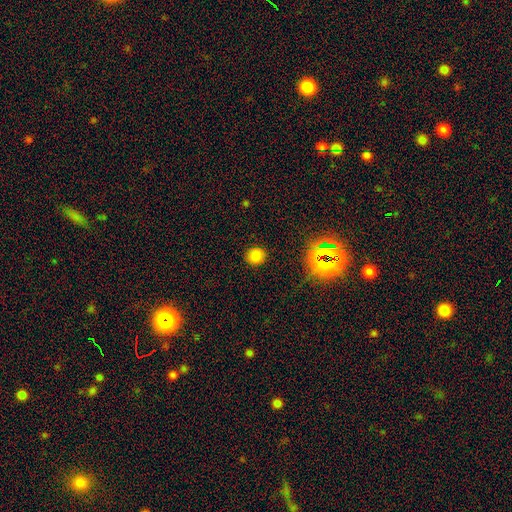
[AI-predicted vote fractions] Morphology: type=smooth (79%); roundness=round (88%); merging=none (90%).